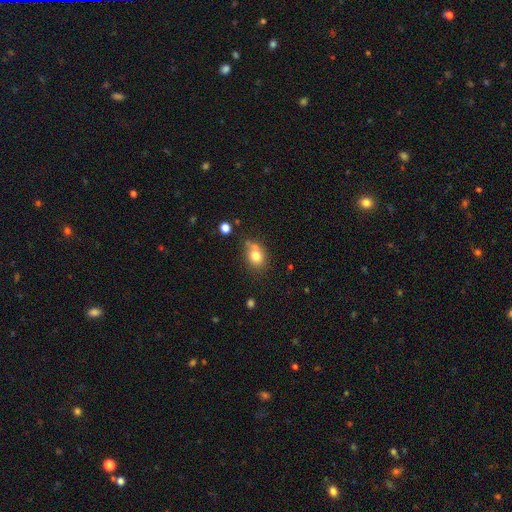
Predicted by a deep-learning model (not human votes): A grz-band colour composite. It shows a smooth galaxy with no disk features (78%) that is round (52%). Merging: none (52%).